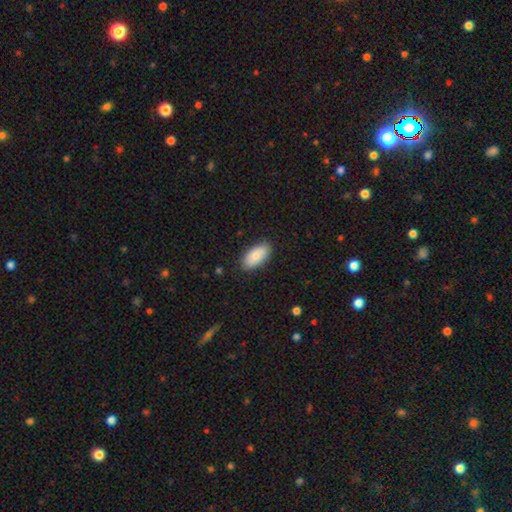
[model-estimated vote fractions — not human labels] Smooth or featured? Predicted: smooth (p=0.82). How rounded? Predicted: in between (p=0.93). Merging? Predicted: none (p=0.85).